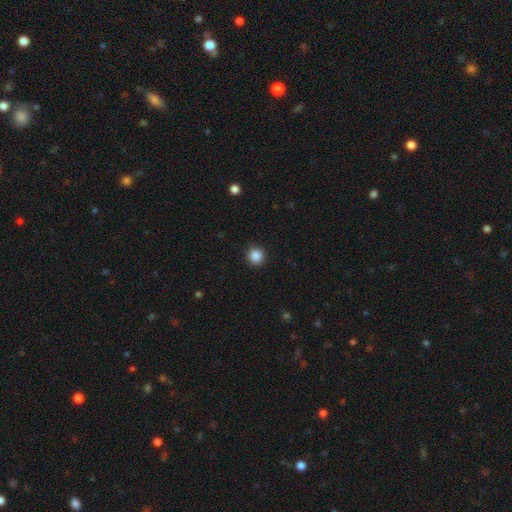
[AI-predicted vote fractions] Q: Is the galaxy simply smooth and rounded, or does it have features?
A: smooth — 87%.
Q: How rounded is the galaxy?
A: round — 94%.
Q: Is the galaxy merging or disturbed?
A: none — 92%.